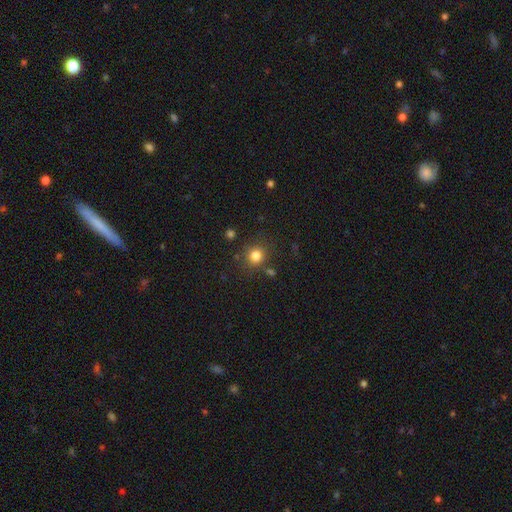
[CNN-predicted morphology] The model was most divided on "smooth or featured": smooth: 81%, star or artifact: 13%, featured or disk: 6%. More confident: how rounded — round (85%); merging — none (81%).